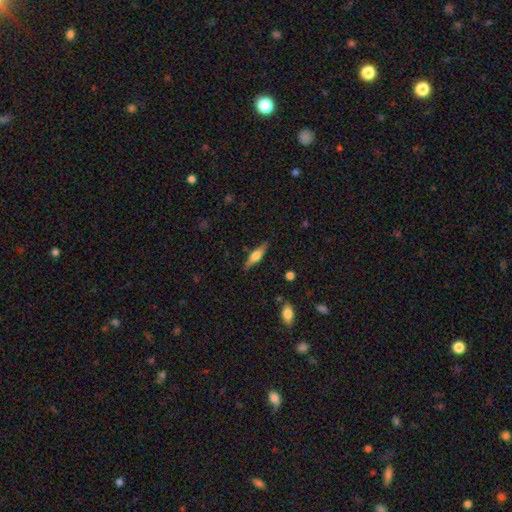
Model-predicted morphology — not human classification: Smooth or featured? smooth (48%)
Merging? none (85%)